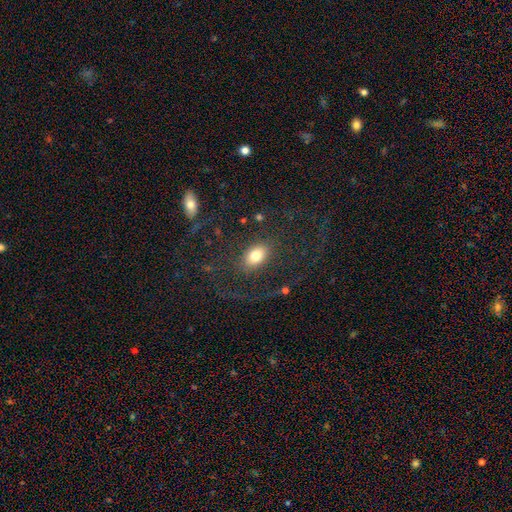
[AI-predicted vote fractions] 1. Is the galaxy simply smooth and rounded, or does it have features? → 72% smooth, 17% featured or disk, 11% star or artifact.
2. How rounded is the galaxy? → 84% in between, 14% round, 2% cigar-shaped.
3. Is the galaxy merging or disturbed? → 74% none, 12% major disturbance, 11% minor disturbance, 3% merger.